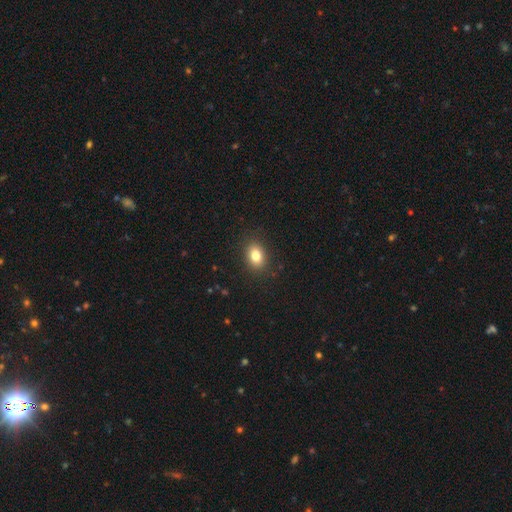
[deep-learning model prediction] Smooth or featured: smooth — 81% (star or artifact — 10%)
How rounded: in between — 66% (round — 33%)
Merging: none — 88% (minor disturbance — 8%)